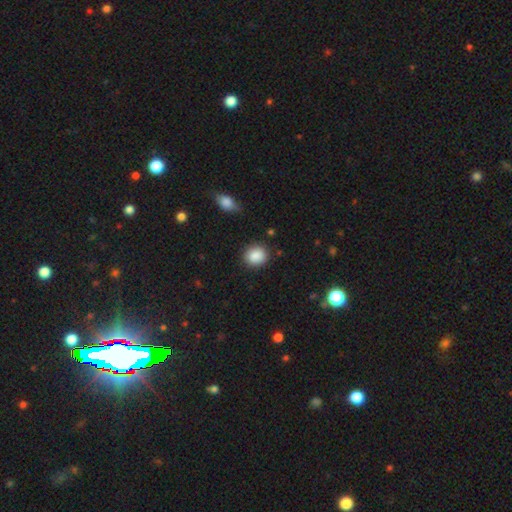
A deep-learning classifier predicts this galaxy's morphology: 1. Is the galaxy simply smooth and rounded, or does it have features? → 88% smooth, 8% star or artifact, 4% featured or disk.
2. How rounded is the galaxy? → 77% round, 22% in between, 1% cigar-shaped.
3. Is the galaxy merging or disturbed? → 87% none, 9% minor disturbance, 2% major disturbance, 2% merger.